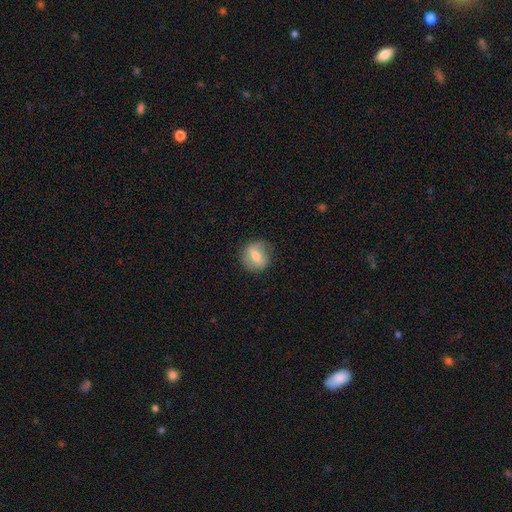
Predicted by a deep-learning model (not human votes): The model was most divided on "smooth or featured": smooth: 55%, featured or disk: 37%, star or artifact: 8%. More confident: merging — none (80%); how rounded — round (75%).